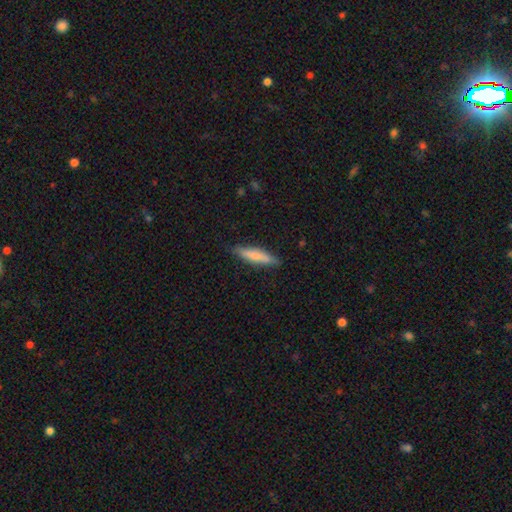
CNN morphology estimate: The model was most divided on "smooth or featured": smooth: 71%, featured or disk: 24%, star or artifact: 6%. More confident: merging — none (82%); how rounded — cigar-shaped (80%).